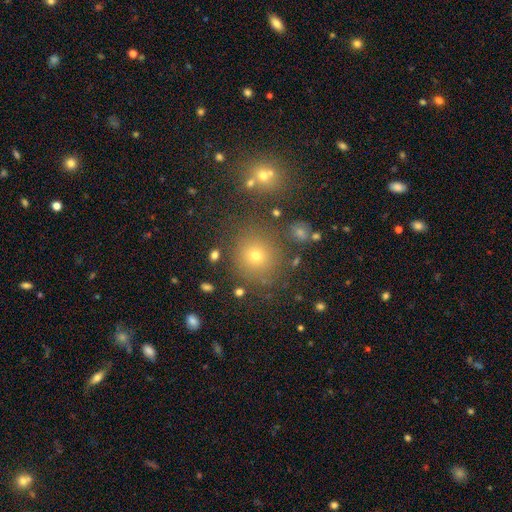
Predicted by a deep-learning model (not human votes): Smooth or featured?
  - smooth: 66% *
  - star or artifact: 24%
  - featured or disk: 10%
How rounded?
  - round: 87% *
  - in between: 12%
  - cigar-shaped: 1%
Merging?
  - none: 80% *
  - minor disturbance: 10%
  - merger: 6%
  - major disturbance: 4%